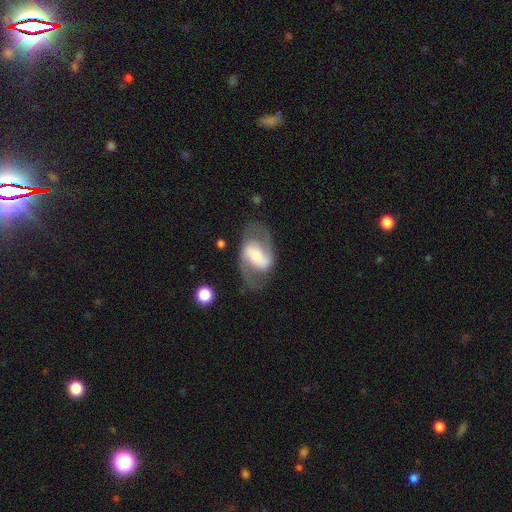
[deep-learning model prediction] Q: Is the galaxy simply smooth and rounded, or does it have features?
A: featured or disk — 77%.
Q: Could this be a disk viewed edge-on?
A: no — 96%.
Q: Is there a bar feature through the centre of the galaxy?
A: weak — 39%.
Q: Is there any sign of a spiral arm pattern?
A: yes — 88%.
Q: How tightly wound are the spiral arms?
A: medium — 50%.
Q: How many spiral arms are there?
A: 2 — 89%.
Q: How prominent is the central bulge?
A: moderate — 51%.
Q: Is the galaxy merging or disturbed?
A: none — 68%.